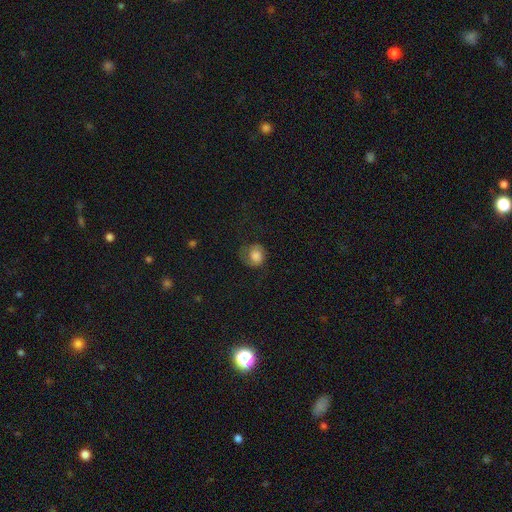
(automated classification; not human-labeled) smooth_or_featured: smooth (p=0.69) [alt: featured or disk p=0.22]
how_rounded: round (p=0.71) [alt: in between p=0.28]
merging: none (p=0.51) [alt: minor disturbance p=0.25]